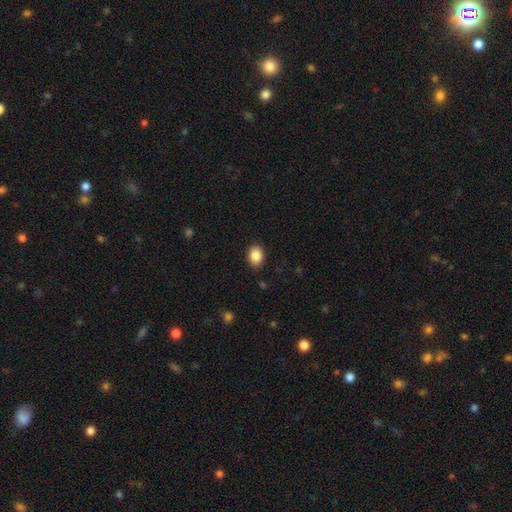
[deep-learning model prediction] Smooth or featured? Predicted: smooth (p=0.87). How rounded? Predicted: in between (p=0.66). Merging? Predicted: none (p=0.88).